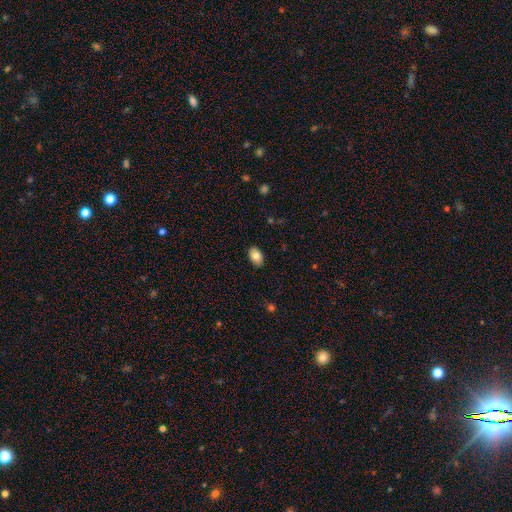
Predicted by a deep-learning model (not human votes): smooth-or-featured: smooth: 85% | featured or disk: 8% | star or artifact: 7%
  how-rounded: in between: 89% | round: 10% | cigar-shaped: 1%
  merging: none: 86% | minor disturbance: 11% | major disturbance: 2% | merger: 1%